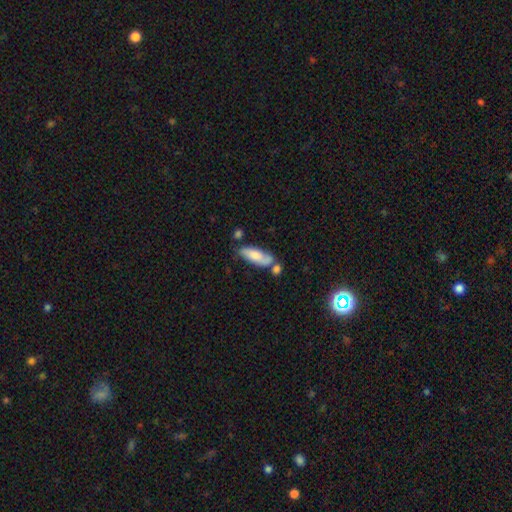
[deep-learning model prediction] This appears to be a smooth galaxy with no disk features (69%) that is in between round and cigar-shaped (68%). Merging: none (49%).